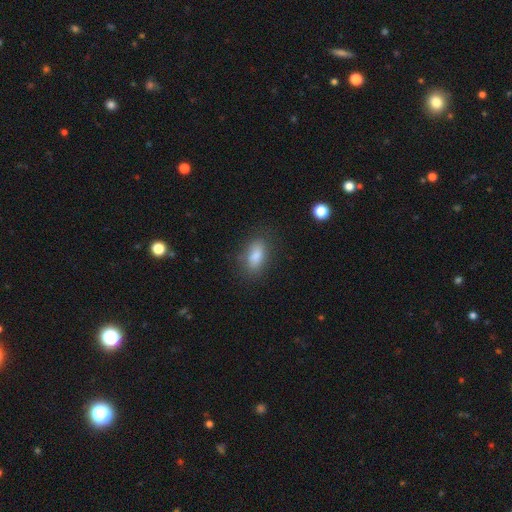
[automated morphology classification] Smooth or featured? Predicted: smooth (p=0.82). How rounded? Predicted: in between (p=0.86). Merging? Predicted: none (p=0.80).